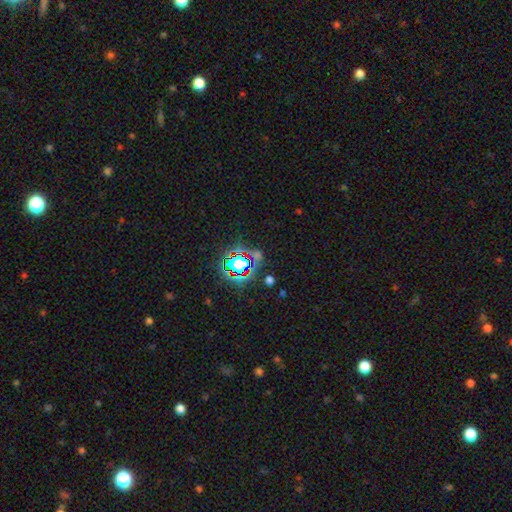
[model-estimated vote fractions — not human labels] smooth_or_featured: star or artifact (p=0.73) [alt: smooth p=0.18]